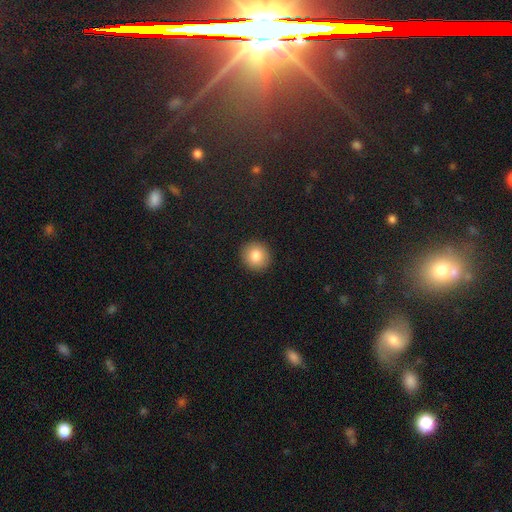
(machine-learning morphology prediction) smooth-or-featured: smooth: 83% | star or artifact: 9% | featured or disk: 7%
  how-rounded: round: 90% | in between: 9% | cigar-shaped: 1%
  merging: none: 92% | minor disturbance: 5% | major disturbance: 2% | merger: 1%